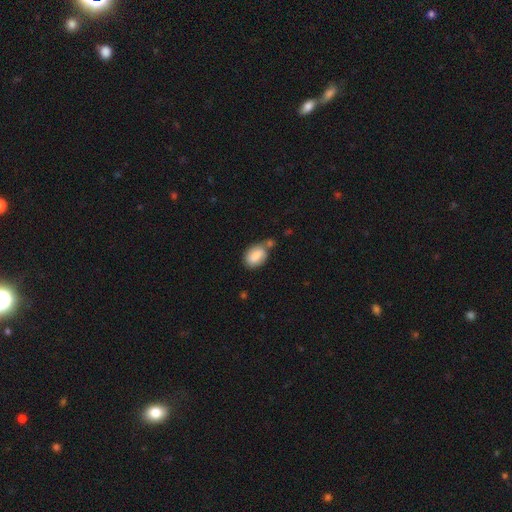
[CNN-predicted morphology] This is clearly a smooth galaxy (83%). How rounded: clearly in between (83%). Merging: possibly none (47%).